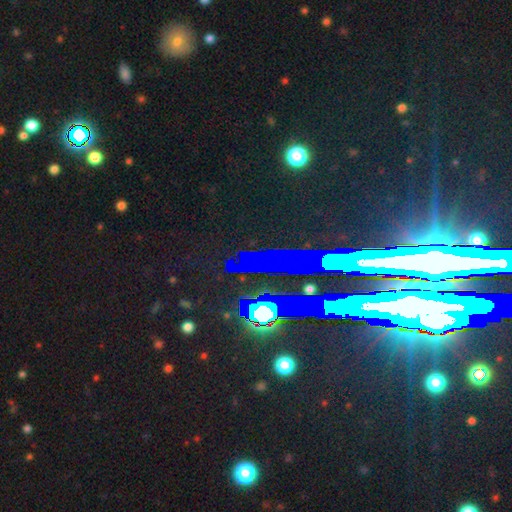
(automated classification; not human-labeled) Morphology: type=star or artifact (76%).